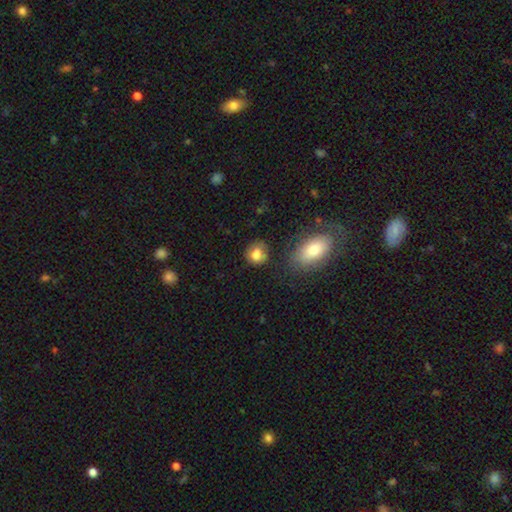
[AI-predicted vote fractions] Overall: smooth (80%). How rounded: round (67%; in between 32%). Merging: none (64%).